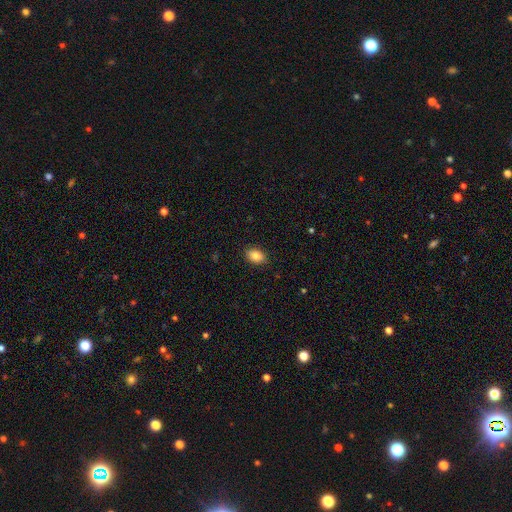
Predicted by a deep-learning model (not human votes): Q: Smooth or featured?
A: smooth (86%); runner-up: star or artifact (8%)
Q: How rounded?
A: in between (80%); runner-up: round (18%)
Q: Merging?
A: none (88%); runner-up: minor disturbance (9%)